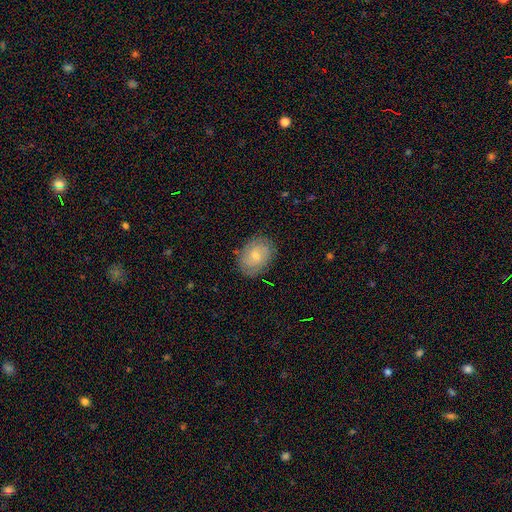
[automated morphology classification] Smooth or featured? smooth (47%)
Merging? none (80%)